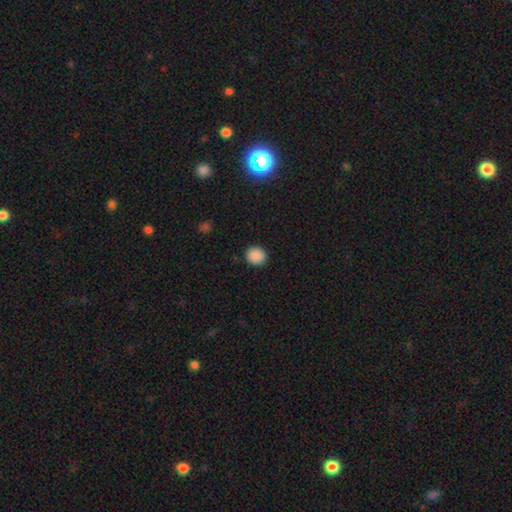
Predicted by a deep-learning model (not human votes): Smooth or featured?
  - smooth: 89% *
  - star or artifact: 9%
  - featured or disk: 3%
How rounded?
  - round: 81% *
  - in between: 19%
  - cigar-shaped: 1%
Merging?
  - none: 91% *
  - minor disturbance: 6%
  - major disturbance: 2%
  - merger: 1%